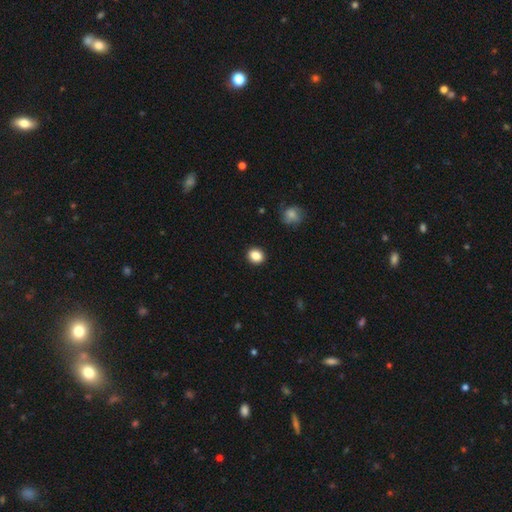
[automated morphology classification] type=smooth (86%); roundness=round (70%); merging=none (91%).